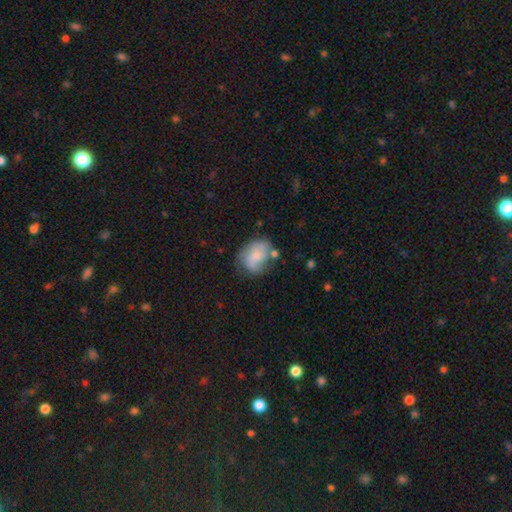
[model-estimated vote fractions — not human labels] Morphology: type=smooth (56%); roundness=in between (59%); merging=none (44%).